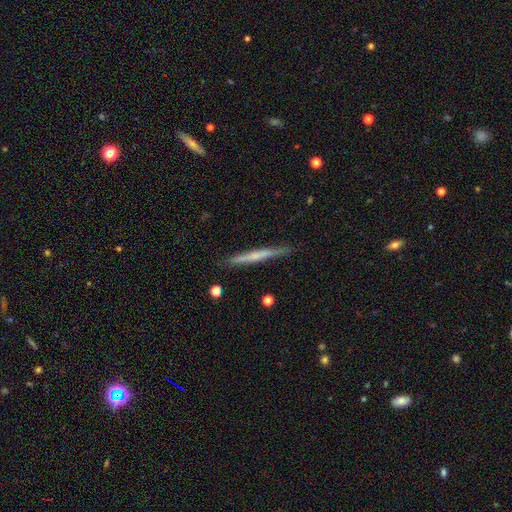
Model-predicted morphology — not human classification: smooth_or_featured: featured or disk (p=0.48) [alt: smooth p=0.46]
merging: none (p=0.89) [alt: minor disturbance p=0.08]